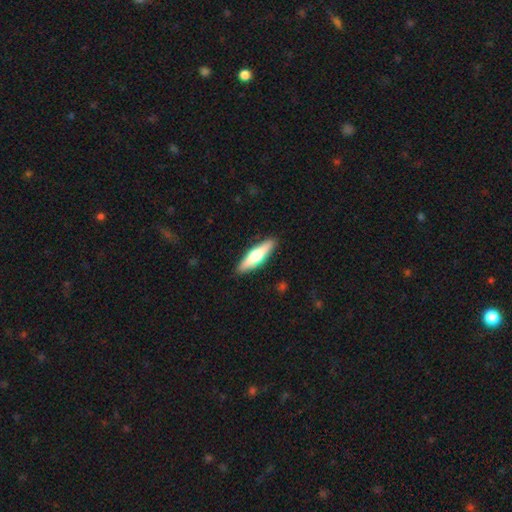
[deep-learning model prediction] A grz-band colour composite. It shows a smooth galaxy with no disk features (50%) that is cigar-shaped (68%). Merging: none (89%).